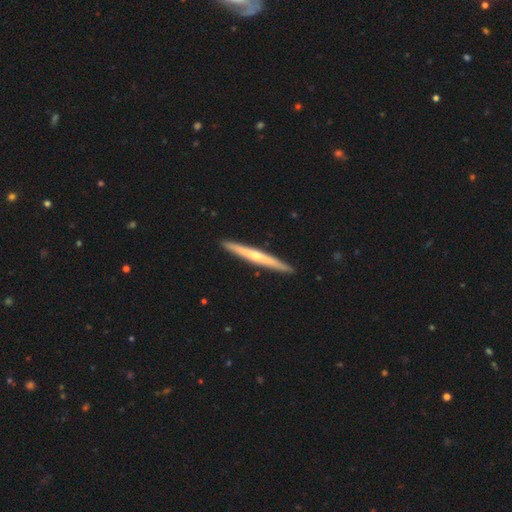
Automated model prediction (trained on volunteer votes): Smooth or featured? Predicted: featured or disk (p=0.64). Edge-on disk? Predicted: yes (p=0.97). Edge-on bulge? Predicted: rounded (p=0.65). Merging? Predicted: none (p=0.93).